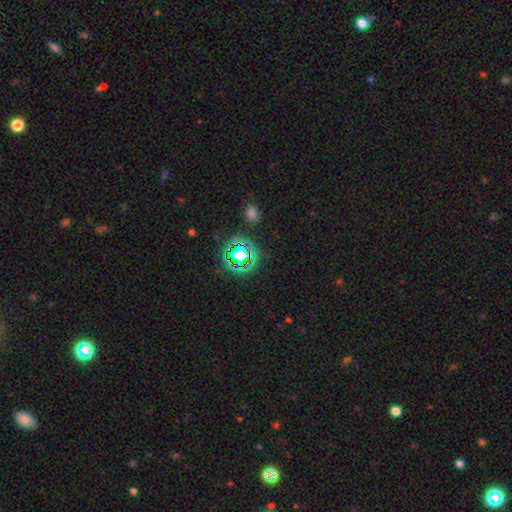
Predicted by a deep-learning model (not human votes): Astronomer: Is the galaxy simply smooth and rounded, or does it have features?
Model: star or artifact — 66%.